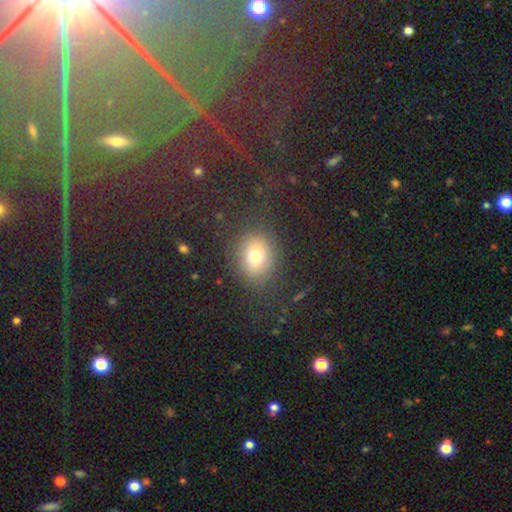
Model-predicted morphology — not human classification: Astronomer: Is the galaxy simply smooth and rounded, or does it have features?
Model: smooth — 74%.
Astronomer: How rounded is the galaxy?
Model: round — 62% (runner-up: in between, 37%).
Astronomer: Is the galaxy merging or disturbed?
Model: none — 77%.